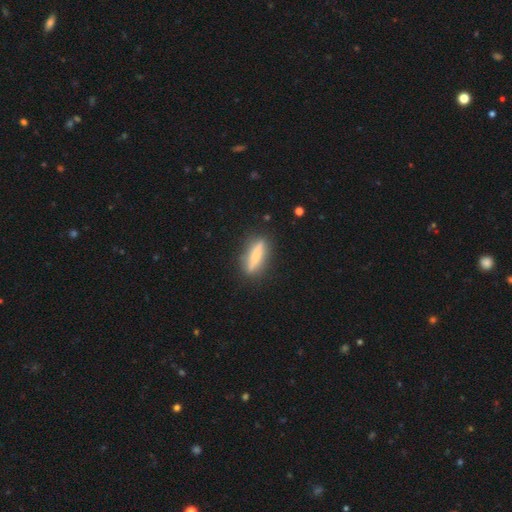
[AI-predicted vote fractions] smooth_or_featured: smooth (p=0.55) [alt: featured or disk p=0.38]
how_rounded: cigar-shaped (p=0.78) [alt: in between p=0.19]
merging: none (p=0.85) [alt: minor disturbance p=0.10]